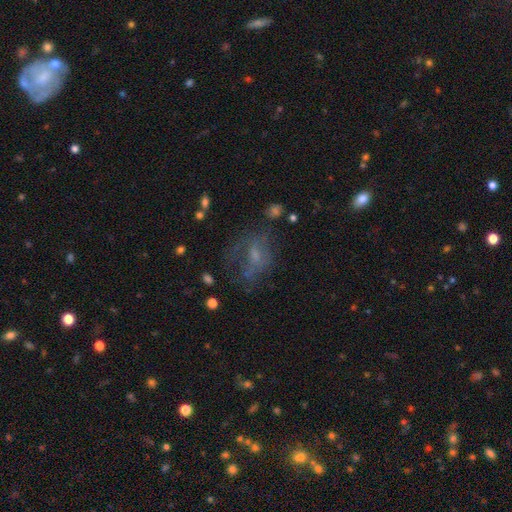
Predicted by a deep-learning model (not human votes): A featured or disk galaxy (43%). Merging: none (40%).